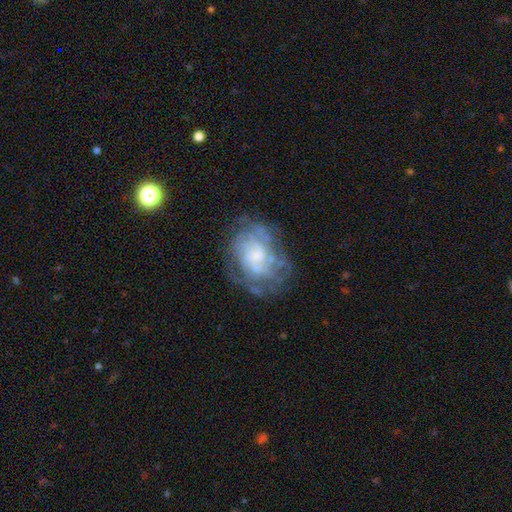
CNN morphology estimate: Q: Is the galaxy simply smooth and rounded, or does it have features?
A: featured or disk — 68%.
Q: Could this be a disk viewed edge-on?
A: no — 97%.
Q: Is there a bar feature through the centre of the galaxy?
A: no — 72%.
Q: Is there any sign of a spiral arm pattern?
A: yes — 60%.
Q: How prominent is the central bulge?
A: small — 31%.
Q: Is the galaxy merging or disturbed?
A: none — 58%.